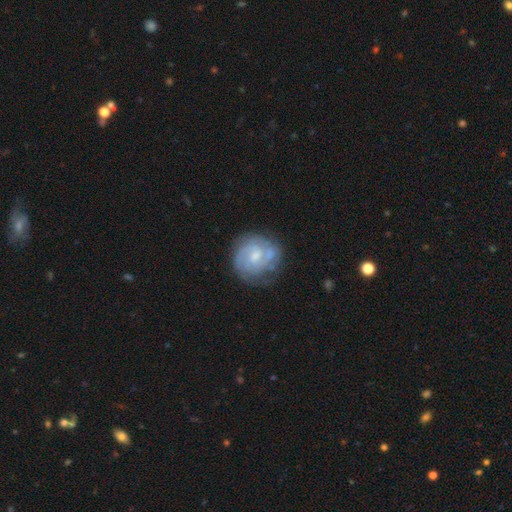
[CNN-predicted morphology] Smooth or featured: featured or disk — 75% (smooth — 19%)
Edge-on disk: no — 98% (yes — 2%)
Bar: weak — 47% (no — 45%)
Spiral arms: yes — 90% (no — 10%)
Spiral winding: tight — 58% (medium — 33%)
Spiral arm count: 2 — 45% (can't tell — 28%)
Bulge size: small — 45% (moderate — 41%)
Merging: none — 68% (minor disturbance — 19%)